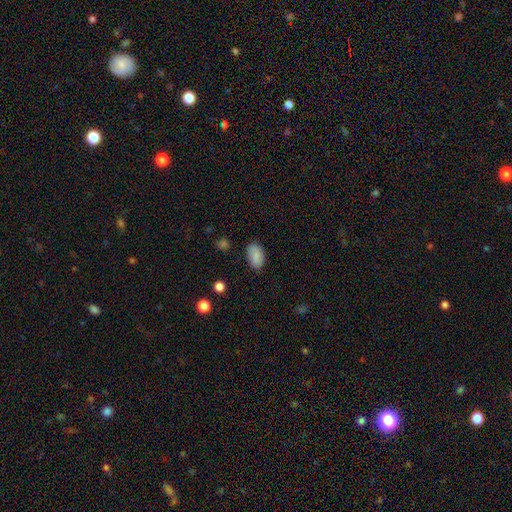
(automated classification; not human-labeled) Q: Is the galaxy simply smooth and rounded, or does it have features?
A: smooth — 84%.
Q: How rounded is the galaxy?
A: in between — 92%.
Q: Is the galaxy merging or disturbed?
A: none — 78%.